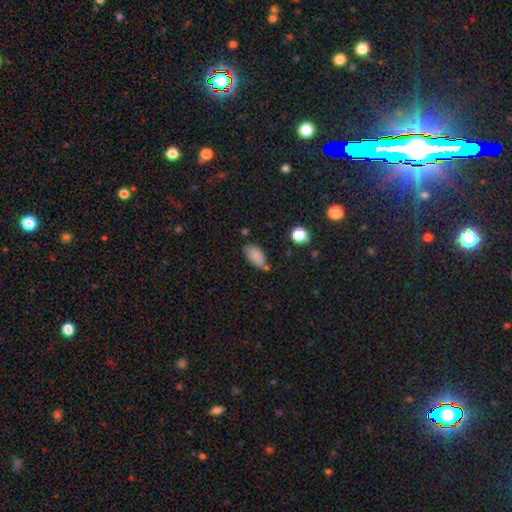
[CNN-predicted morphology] The model was most divided on "merging": none: 62%, minor disturbance: 24%, merger: 9%, major disturbance: 5%. More confident: how rounded — in between (92%); smooth or featured — smooth (84%).